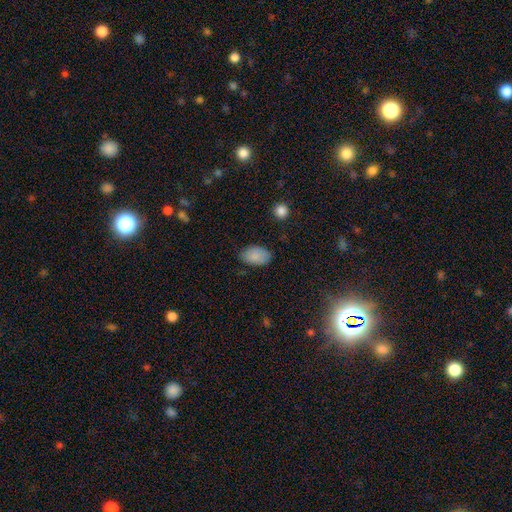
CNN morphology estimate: type=smooth (88%); roundness=in between (92%); merging=none (82%).